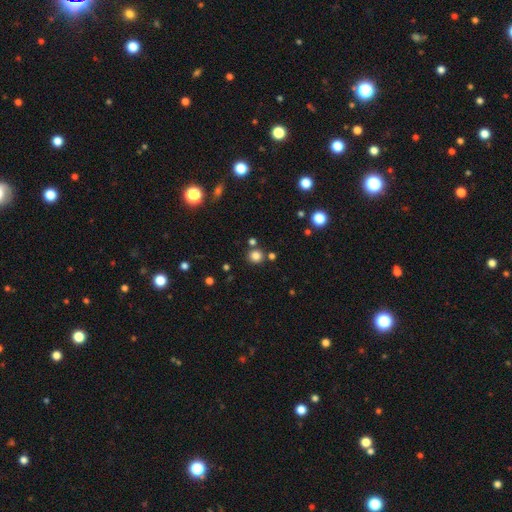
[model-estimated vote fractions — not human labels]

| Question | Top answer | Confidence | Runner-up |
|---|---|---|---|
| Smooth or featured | smooth | 81% | star or artifact (14%) |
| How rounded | round | 90% | in between (9%) |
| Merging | none | 81% | merger (9%) |